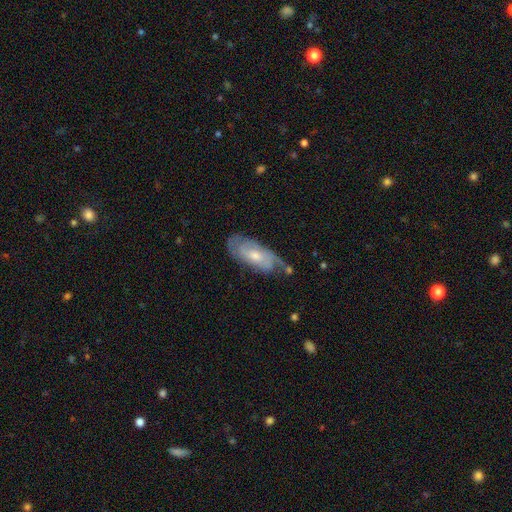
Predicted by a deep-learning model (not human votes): Smooth or featured: featured or disk — 62% (smooth — 32%)
Edge-on disk: no — 88% (yes — 12%)
Bar: no — 68% (weak — 28%)
Spiral arms: yes — 82% (no — 18%)
Bulge size: moderate — 54% (small — 40%)
Merging: none — 58% (minor disturbance — 28%)